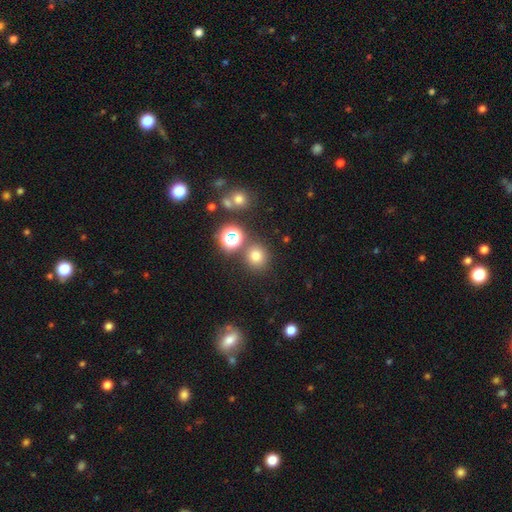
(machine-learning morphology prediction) smooth-or-featured: smooth: 74% | star or artifact: 19% | featured or disk: 7%
  how-rounded: round: 89% | in between: 10% | cigar-shaped: 1%
  merging: none: 79% | merger: 10% | minor disturbance: 8% | major disturbance: 3%